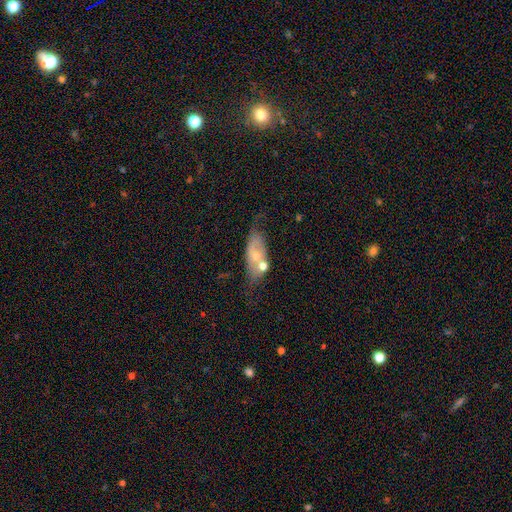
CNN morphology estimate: This is possibly a featured or disk galaxy (47%). Merging: marginally none (44%).